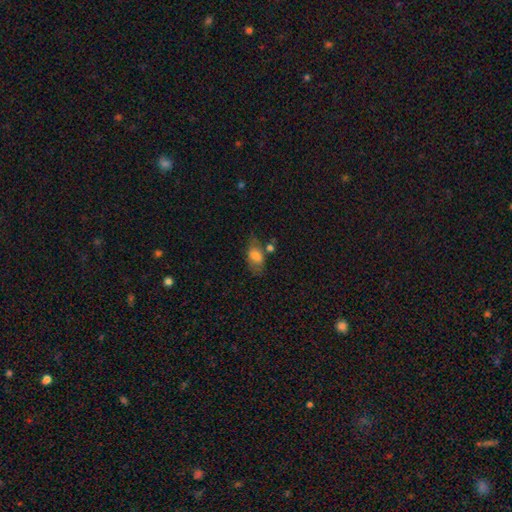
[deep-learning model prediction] smooth-or-featured: smooth: 74% | featured or disk: 17% | star or artifact: 9%
  how-rounded: in between: 88% | round: 7% | cigar-shaped: 4%
  merging: none: 55% | minor disturbance: 23% | merger: 12% | major disturbance: 10%